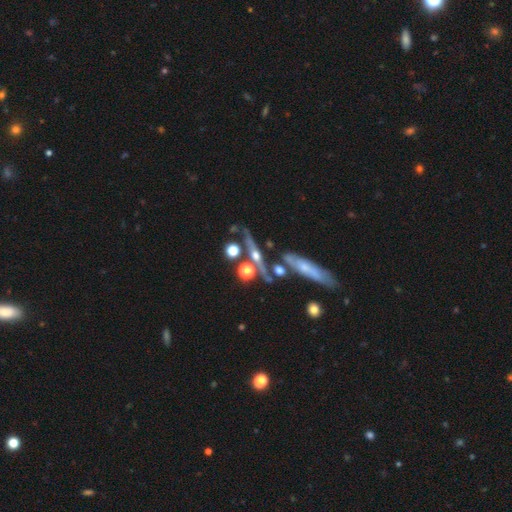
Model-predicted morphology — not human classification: smooth-or-featured: featured or disk: 70% | smooth: 19% | star or artifact: 11%
  disk-edge-on: yes: 90% | no: 10%
    edge-on-bulge: rounded: 93% | boxy: 4% | none: 3%
  merging: none: 71% | minor disturbance: 12% | merger: 12% | major disturbance: 4%